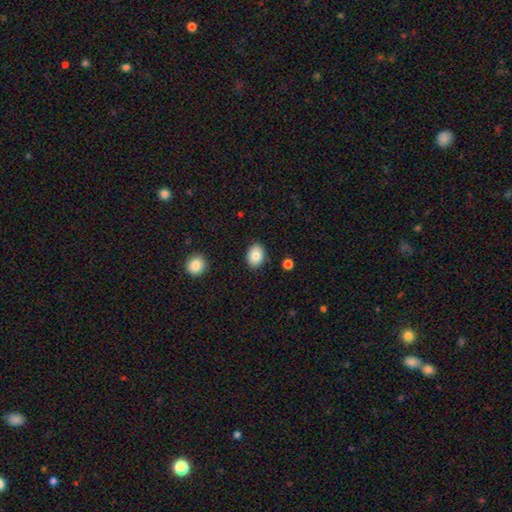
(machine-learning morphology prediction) Smooth or featured? smooth (84%)
How rounded? in between (65%)
Merging? none (88%)